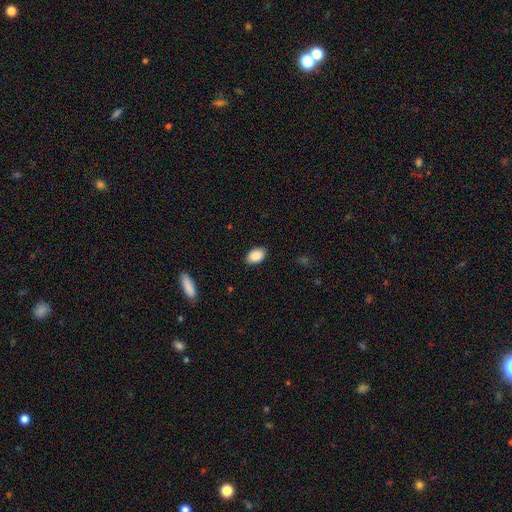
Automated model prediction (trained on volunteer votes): A smooth galaxy with no disk features (89%) that is in between round and cigar-shaped (88%). Merging: none (88%).